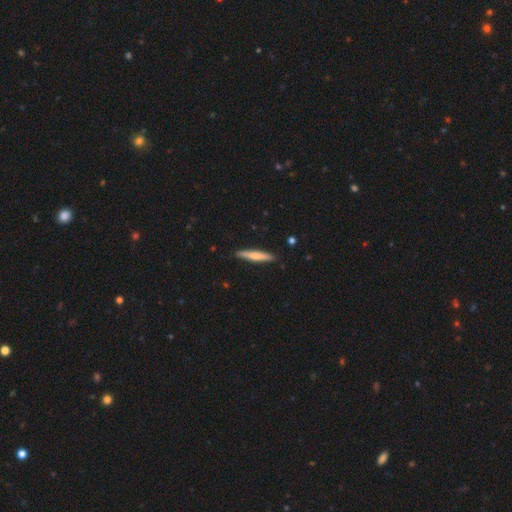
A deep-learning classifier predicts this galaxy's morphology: Overall: smooth (64%; featured or disk 31%). How rounded: cigar-shaped (93%). Merging: none (88%).